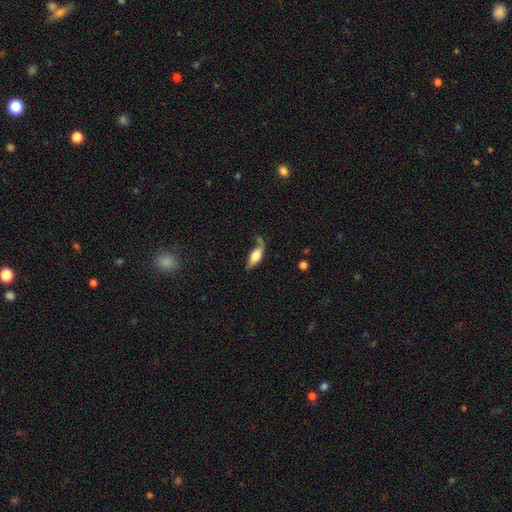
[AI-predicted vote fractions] smooth_or_featured: smooth (p=0.65) [alt: featured or disk p=0.27]
how_rounded: in between (p=0.77) [alt: cigar-shaped p=0.20]
merging: none (p=0.39) [alt: minor disturbance p=0.28]